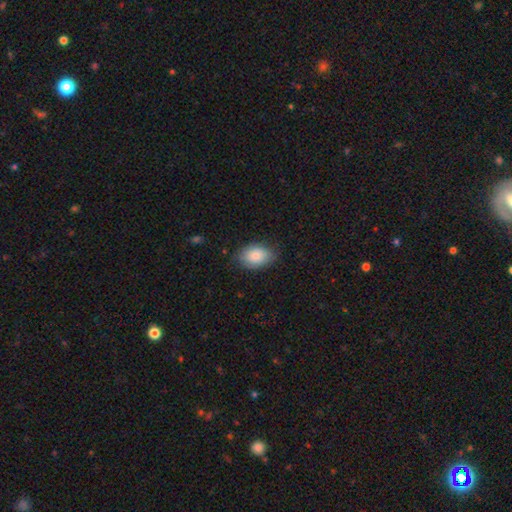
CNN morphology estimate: A smooth galaxy with no disk features (85%) that is in between round and cigar-shaped (84%).

Vote fractions:
- Smooth or featured? smooth: 85% / featured or disk: 8% / star or artifact: 7%
- How rounded? in between: 84% / round: 15% / cigar-shaped: 1%
- Merging? none: 76% / minor disturbance: 19% / major disturbance: 4% / merger: 1%